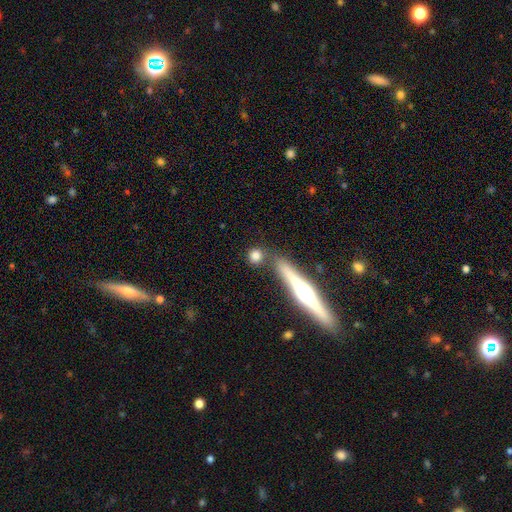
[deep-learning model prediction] Morphology: type=smooth (77%); roundness=round (77%); merging=none (70%).